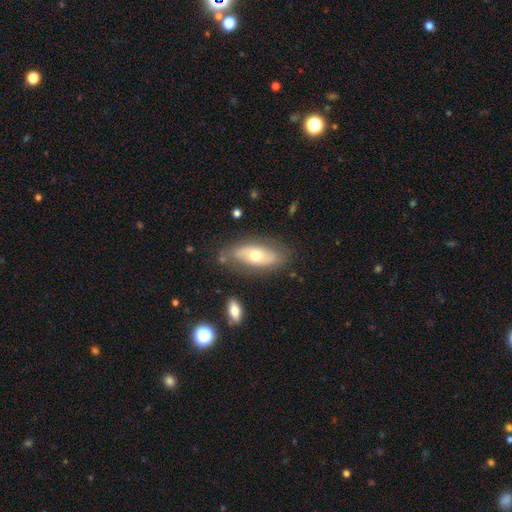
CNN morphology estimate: smooth_or_featured: smooth (p=0.51) [alt: featured or disk p=0.43]
how_rounded: in between (p=0.79) [alt: cigar-shaped p=0.18]
merging: none (p=0.72) [alt: minor disturbance p=0.18]